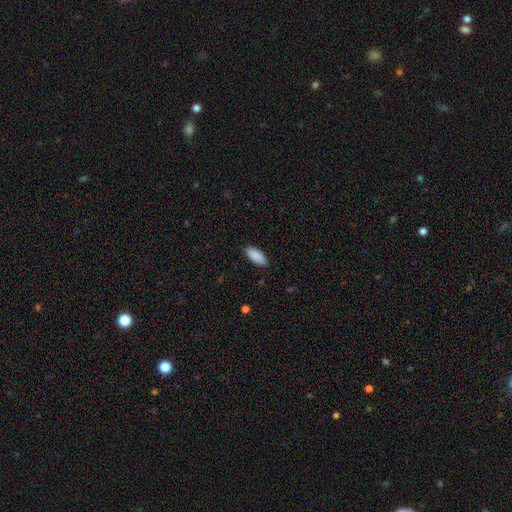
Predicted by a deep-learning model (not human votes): smooth-or-featured: smooth: 91% | star or artifact: 6% | featured or disk: 3%
  how-rounded: in between: 86% | cigar-shaped: 12% | round: 2%
  merging: none: 87% | minor disturbance: 10% | major disturbance: 2% | merger: 1%